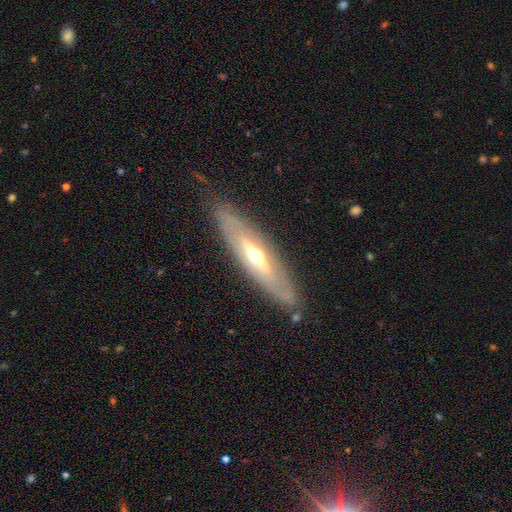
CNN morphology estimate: A featured or disk galaxy (69%) viewed edge-on (58%). Merging: none (83%).